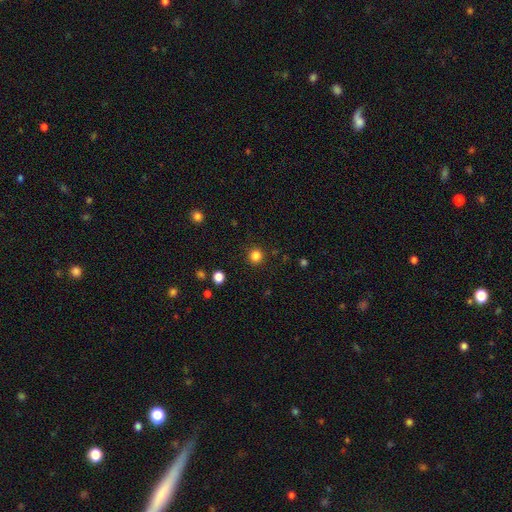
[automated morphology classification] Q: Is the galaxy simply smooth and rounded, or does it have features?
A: smooth — 83%.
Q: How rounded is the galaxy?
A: round — 94%.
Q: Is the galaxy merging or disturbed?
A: none — 91%.